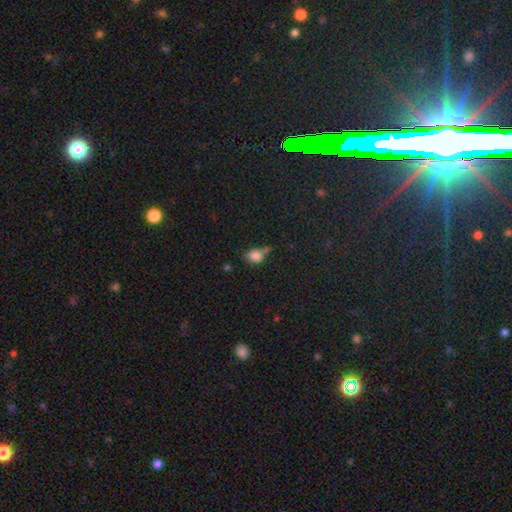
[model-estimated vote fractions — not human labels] A smooth galaxy with no disk features (79%) that is in between round and cigar-shaped (61%). Merging: none (36%).